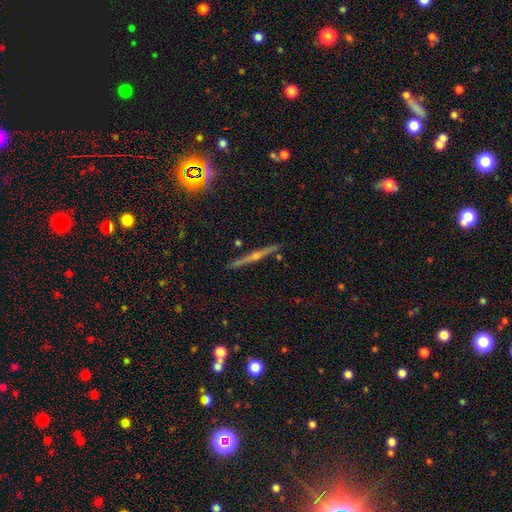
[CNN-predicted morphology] A featured or disk galaxy (53%) viewed edge-on (86%). Merging: none (83%).